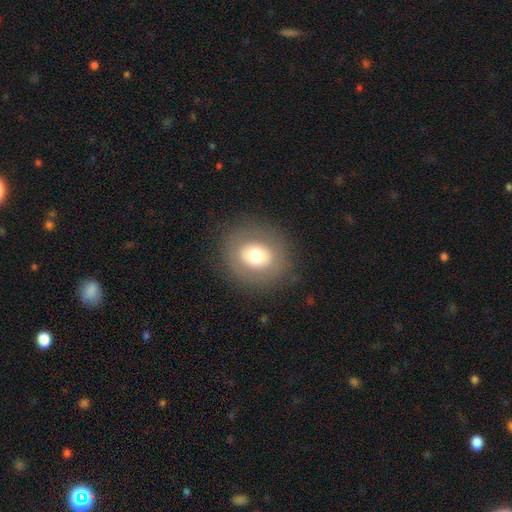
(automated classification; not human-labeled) The model was most divided on "smooth or featured": smooth: 63%, featured or disk: 27%, star or artifact: 10%. More confident: merging — none (83%); how rounded — round (73%).